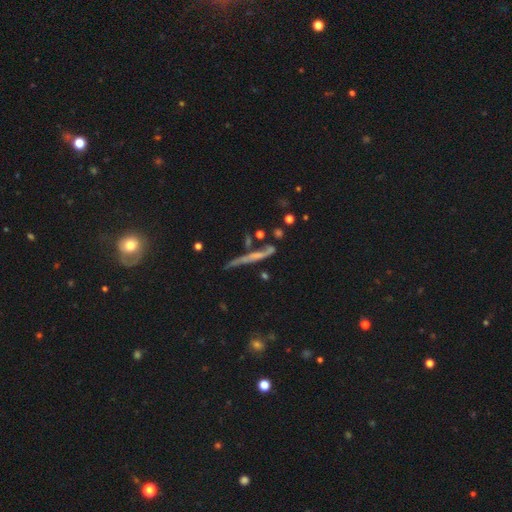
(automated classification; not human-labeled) A featured or disk galaxy (55%) viewed edge-on (84%).

Vote fractions:
- Smooth or featured? featured or disk: 55% / smooth: 34% / star or artifact: 11%
- Edge-on disk? yes: 84% / no: 16%
- Merging? none: 57% / minor disturbance: 21% / merger: 11% / major disturbance: 11%